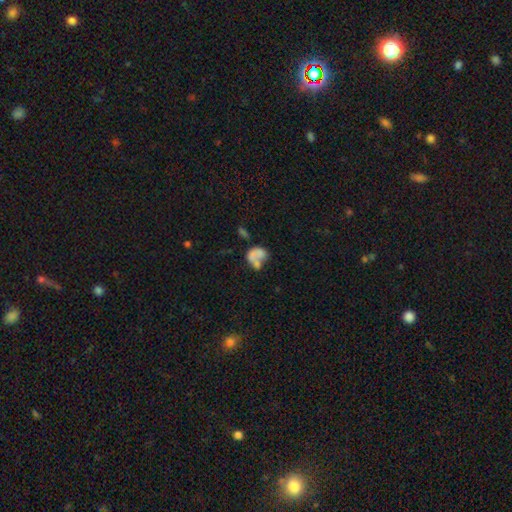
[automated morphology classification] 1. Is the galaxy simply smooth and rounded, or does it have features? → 58% smooth, 31% featured or disk, 11% star or artifact.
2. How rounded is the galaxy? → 62% in between, 36% round, 2% cigar-shaped.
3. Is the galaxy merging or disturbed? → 42% merger, 23% none, 20% major disturbance, 15% minor disturbance.